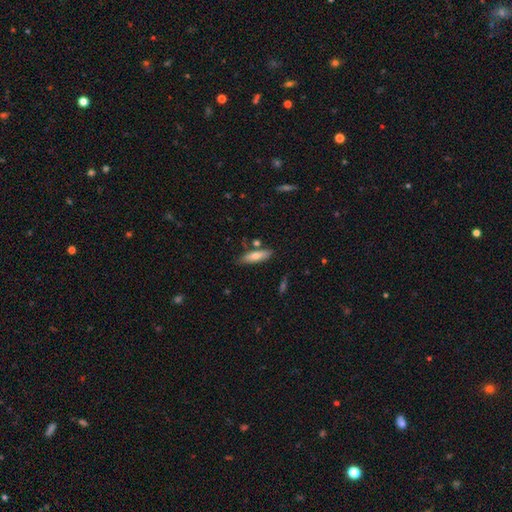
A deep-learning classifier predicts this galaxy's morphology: This is likely a smooth galaxy (70%). How rounded: possibly cigar-shaped (54%). Merging: likely none (76%).